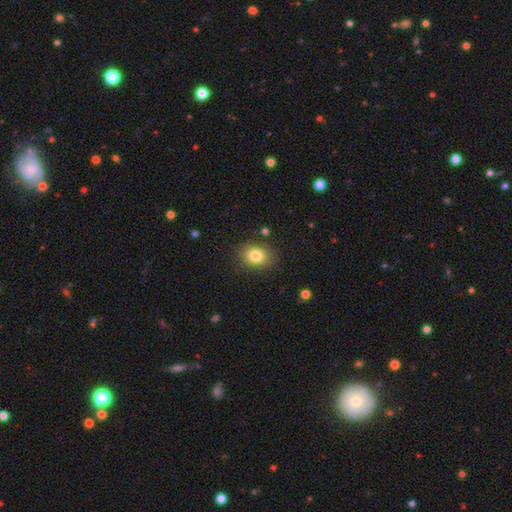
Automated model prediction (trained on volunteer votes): The model was most divided on "how rounded": in between: 51%, round: 49%, cigar-shaped: 1%. More confident: merging — none (85%); smooth or featured — smooth (82%).